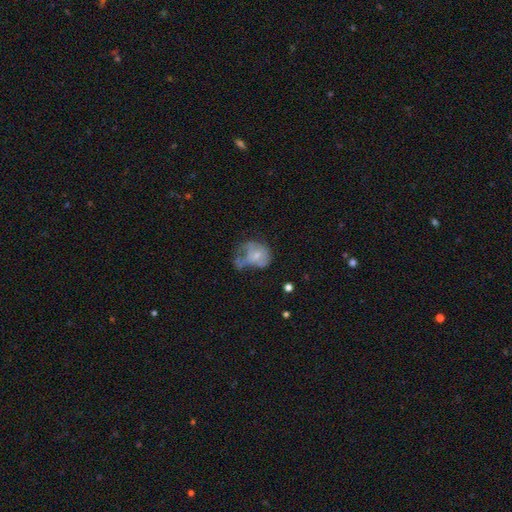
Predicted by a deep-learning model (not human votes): Smooth or featured? Predicted: smooth (p=0.50). How rounded? Predicted: in between (p=0.52). Merging? Predicted: major disturbance (p=0.42).